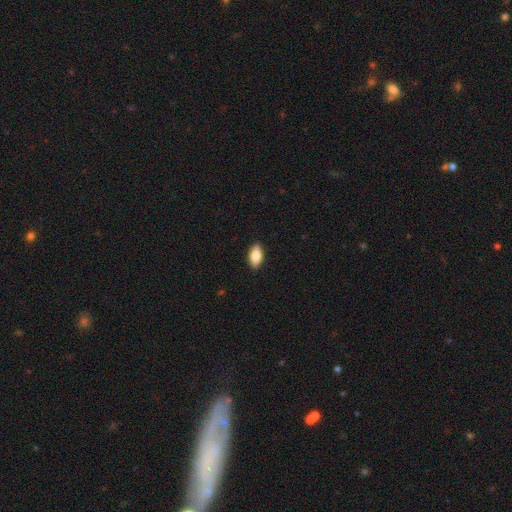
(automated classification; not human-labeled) Q: Smooth or featured?
A: smooth (82%); runner-up: featured or disk (12%)
Q: How rounded?
A: in between (89%); runner-up: cigar-shaped (7%)
Q: Merging?
A: none (89%); runner-up: minor disturbance (8%)